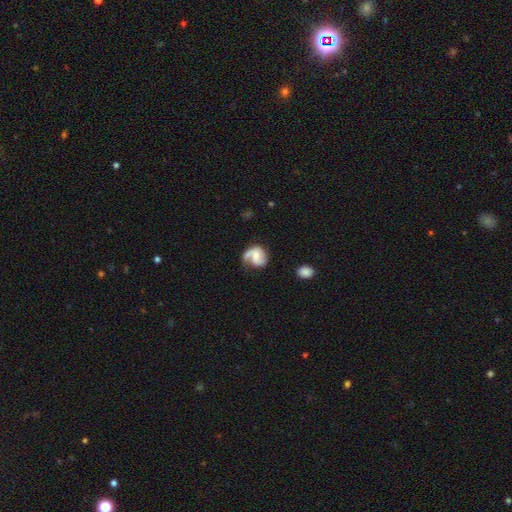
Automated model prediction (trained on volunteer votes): Morphology: type=featured or disk (75%); edge-on=no (98%); bar=no (49%); spiral arms=yes (94%); winding=medium (44%); arm count=2 (64%); bulge=small (46%); merging=none (58%).